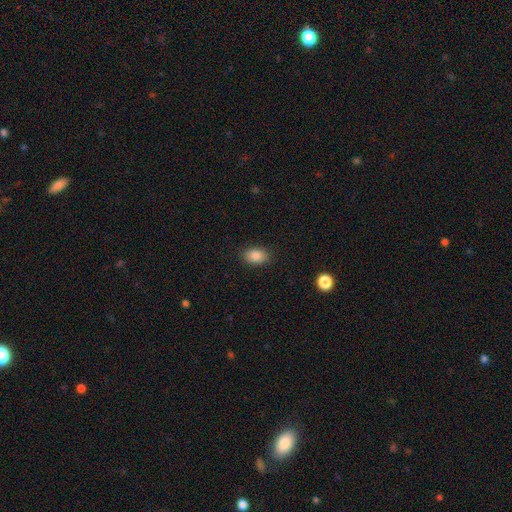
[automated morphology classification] The model was most divided on "how rounded": in between: 83%, round: 15%, cigar-shaped: 1%. More confident: merging — none (88%); smooth or featured — smooth (86%).